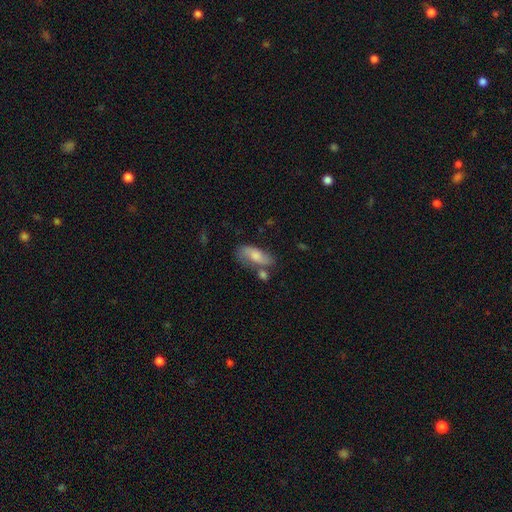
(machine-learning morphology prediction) A smooth galaxy with no disk features (60%) that is in between round and cigar-shaped (80%). Merging: none (51%).